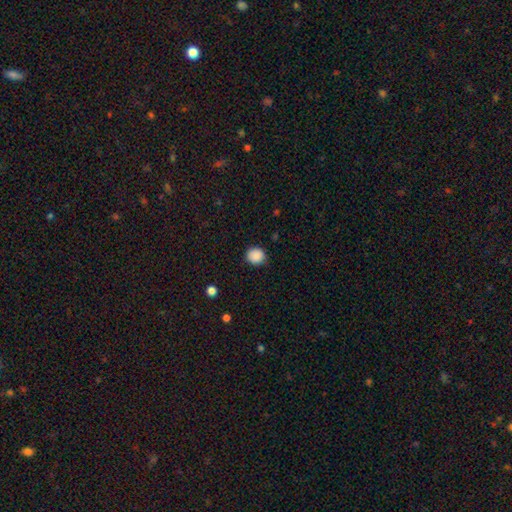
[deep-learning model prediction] Morphology: type=smooth (88%); roundness=round (84%); merging=none (83%).